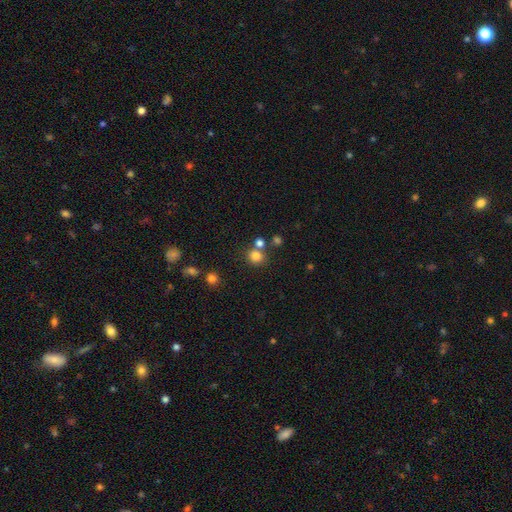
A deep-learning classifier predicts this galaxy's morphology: Overall: smooth (79%). How rounded: round (84%). Merging: none (68%).